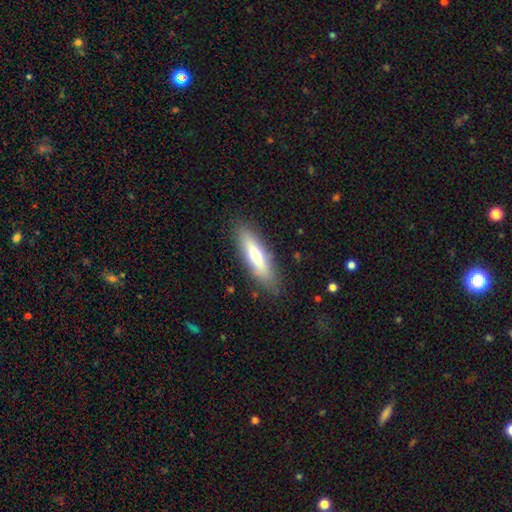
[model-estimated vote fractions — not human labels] The model was most divided on "how rounded": cigar-shaped: 67%, in between: 32%, round: 2%. More confident: merging — none (86%); smooth or featured — smooth (65%).